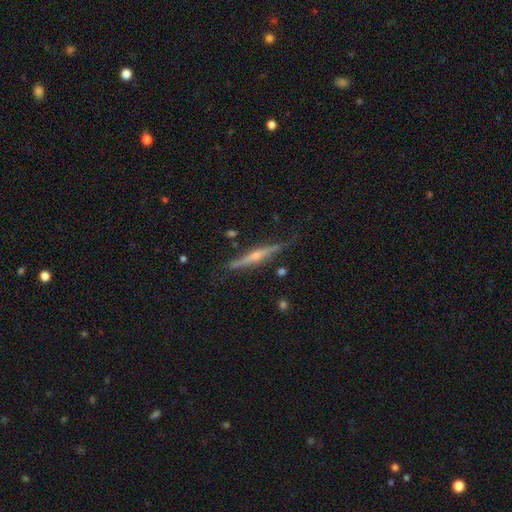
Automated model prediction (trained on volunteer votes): The model was most divided on "merging": none: 78%, minor disturbance: 17%, major disturbance: 3%, merger: 2%. More confident: edge-on disk — yes (96%); edge-on bulge — rounded (85%); smooth or featured — featured or disk (78%).